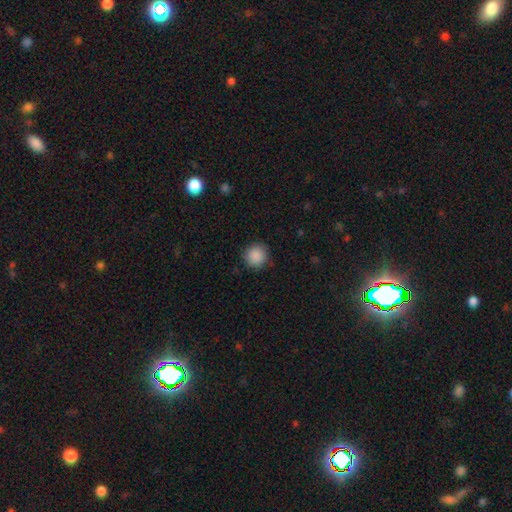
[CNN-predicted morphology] smooth 89%, star or artifact 8%, featured or disk 3%. Down the decision tree: how rounded — round (94%); merging — none (89%).